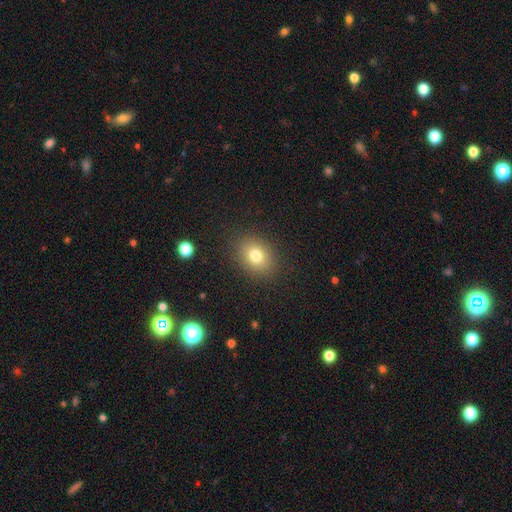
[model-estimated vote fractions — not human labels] This is likely a smooth galaxy (78%). How rounded: possibly in between (51%). Merging: clearly none (87%).